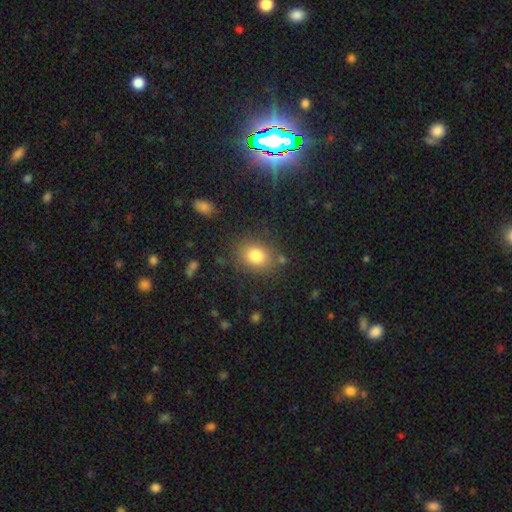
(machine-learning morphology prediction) Smooth or featured? Predicted: smooth (p=0.80). How rounded? Predicted: in between (p=0.51). Merging? Predicted: none (p=0.82).